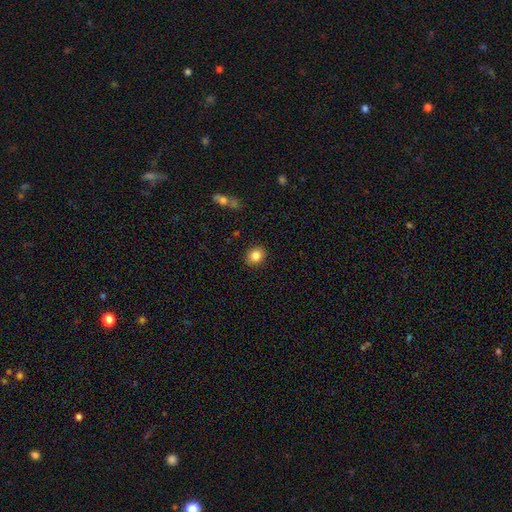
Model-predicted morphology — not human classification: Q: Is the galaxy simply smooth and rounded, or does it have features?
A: smooth — 84%.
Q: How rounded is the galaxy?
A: round — 65%.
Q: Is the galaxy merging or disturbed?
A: none — 90%.